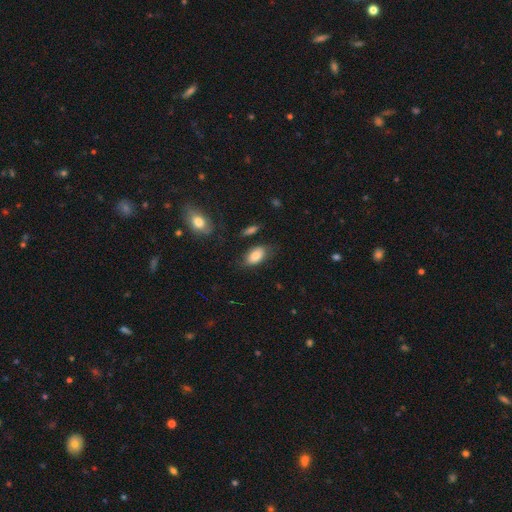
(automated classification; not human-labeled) smooth-or-featured: smooth: 82% | featured or disk: 11% | star or artifact: 8%
  how-rounded: in between: 92% | round: 6% | cigar-shaped: 2%
  merging: none: 72% | minor disturbance: 18% | major disturbance: 5% | merger: 4%